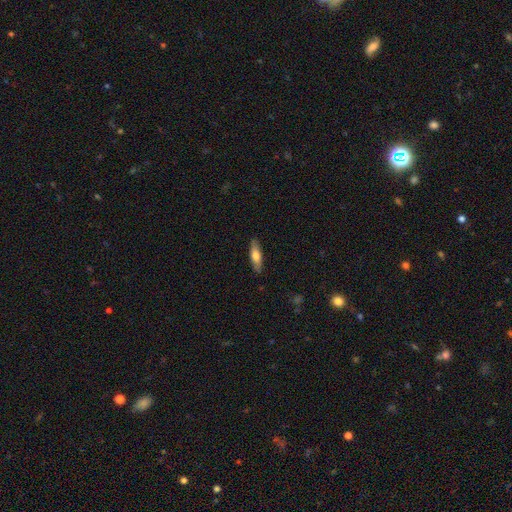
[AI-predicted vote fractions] smooth_or_featured: smooth (p=0.64) [alt: featured or disk p=0.30]
how_rounded: cigar-shaped (p=0.58) [alt: in between p=0.39]
merging: none (p=0.87) [alt: minor disturbance p=0.10]